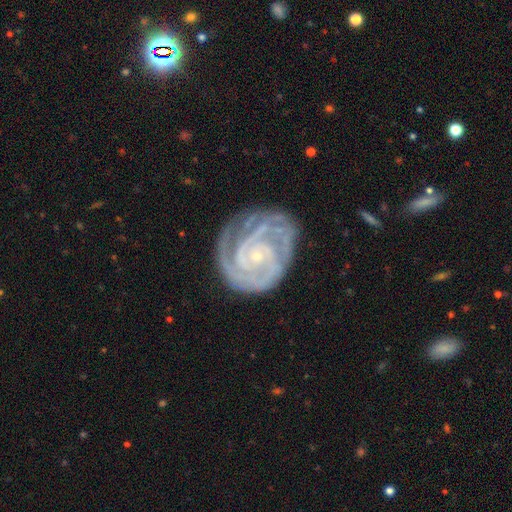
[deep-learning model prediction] Smooth or featured: featured or disk — 90% (star or artifact — 5%)
Edge-on disk: no — 98% (yes — 2%)
Bar: no — 72% (weak — 21%)
Spiral arms: yes — 98% (no — 2%)
Spiral winding: tight — 78% (medium — 19%)
Spiral arm count: 2 — 34% (3 — 28%)
Bulge size: small — 84% (moderate — 12%)
Merging: none — 70% (minor disturbance — 20%)